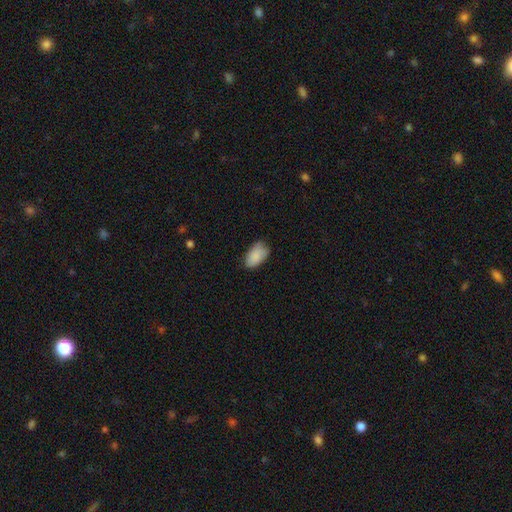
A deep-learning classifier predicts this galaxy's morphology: Smooth or featured?
  - smooth: 87% *
  - featured or disk: 7%
  - star or artifact: 7%
How rounded?
  - in between: 93% *
  - round: 5%
  - cigar-shaped: 2%
Merging?
  - none: 69% *
  - minor disturbance: 25%
  - major disturbance: 4%
  - merger: 1%